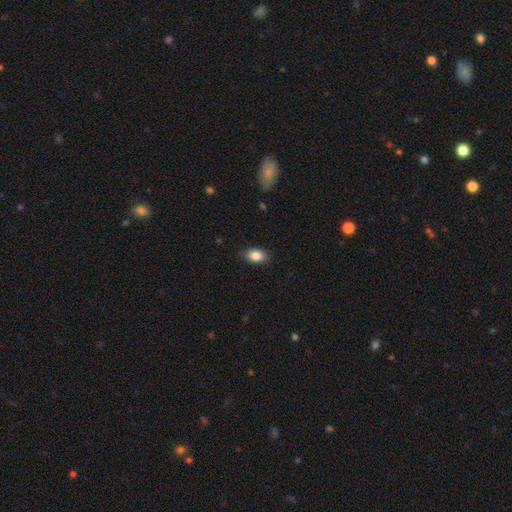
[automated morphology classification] type=smooth (86%); roundness=in between (85%); merging=none (87%).